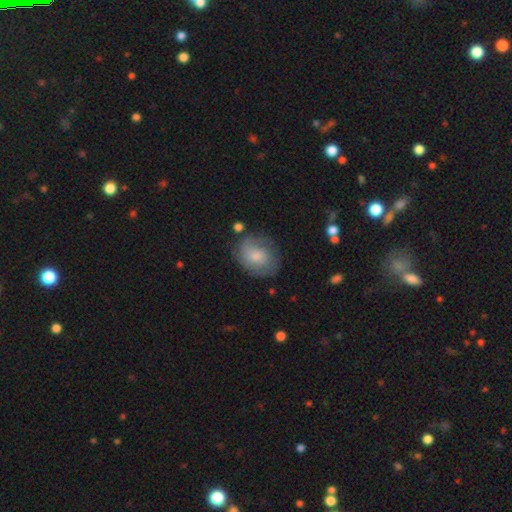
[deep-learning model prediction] A smooth galaxy with no disk features (63%) that is in between round and cigar-shaped (51%).

Vote fractions:
- Smooth or featured? smooth: 63% / featured or disk: 29% / star or artifact: 8%
- How rounded? in between: 51% / round: 48% / cigar-shaped: 1%
- Merging? none: 66% / minor disturbance: 23% / major disturbance: 9% / merger: 3%